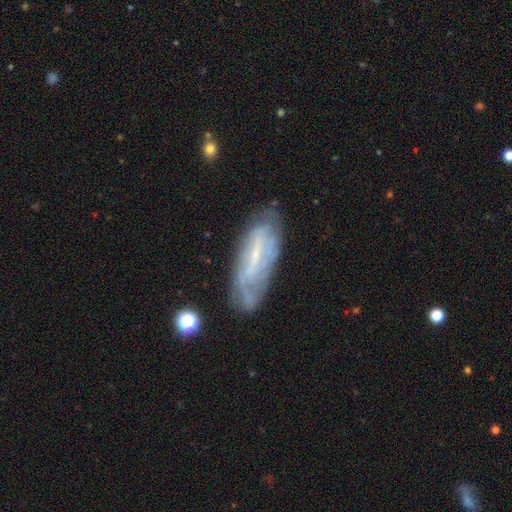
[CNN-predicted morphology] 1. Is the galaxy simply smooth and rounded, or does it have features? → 65% featured or disk, 27% smooth, 8% star or artifact.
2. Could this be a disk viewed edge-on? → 80% no, 20% yes.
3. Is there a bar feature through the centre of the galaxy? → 41% weak, 35% strong, 24% no.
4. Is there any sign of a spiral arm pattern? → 62% yes, 38% no.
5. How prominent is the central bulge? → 62% small, 18% moderate, 18% none, 1% large, 1% dominant.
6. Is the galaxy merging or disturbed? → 61% none, 25% minor disturbance, 10% major disturbance, 4% merger.